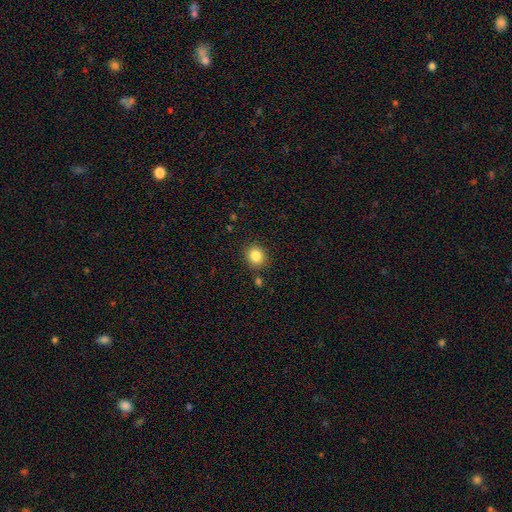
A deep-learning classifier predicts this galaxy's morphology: smooth-or-featured: smooth: 85% | star or artifact: 10% | featured or disk: 5%
  how-rounded: round: 78% | in between: 21% | cigar-shaped: 1%
  merging: none: 86% | minor disturbance: 8% | merger: 3% | major disturbance: 3%